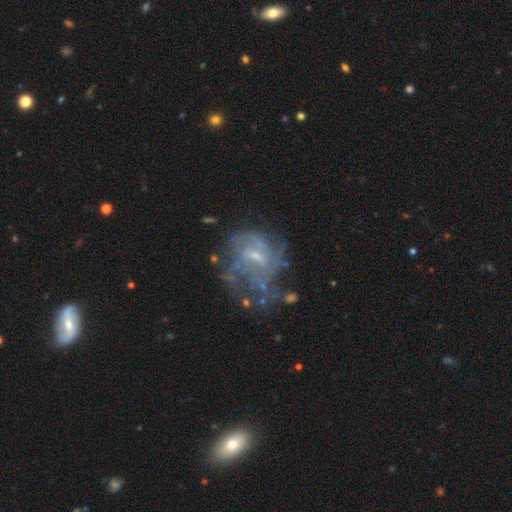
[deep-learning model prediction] Overall: featured or disk (76%). Edge-on disk: no (97%). Bar: weak (54%; no 35%). Spiral arms: yes (68%; no 32%). Spiral arm count: can't tell (54%). Spiral winding: tight (40%; medium 39%). Bulge size: small (57%; moderate 28%). Merging: none (42%; major disturbance 31%).